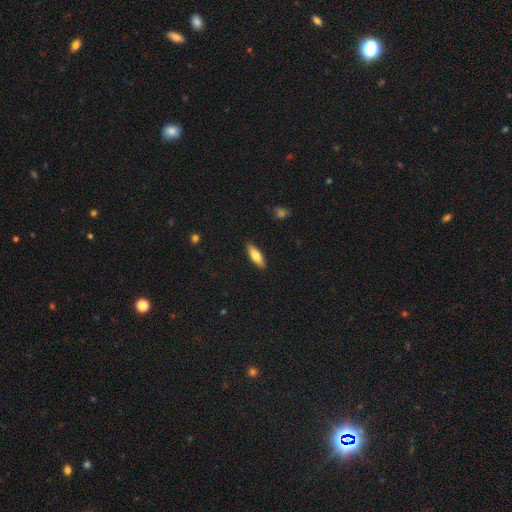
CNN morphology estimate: Smooth or featured?
  - smooth: 73% *
  - featured or disk: 21%
  - star or artifact: 6%
How rounded?
  - in between: 52% *
  - cigar-shaped: 46%
  - round: 2%
Merging?
  - none: 89% *
  - minor disturbance: 8%
  - major disturbance: 2%
  - merger: 1%